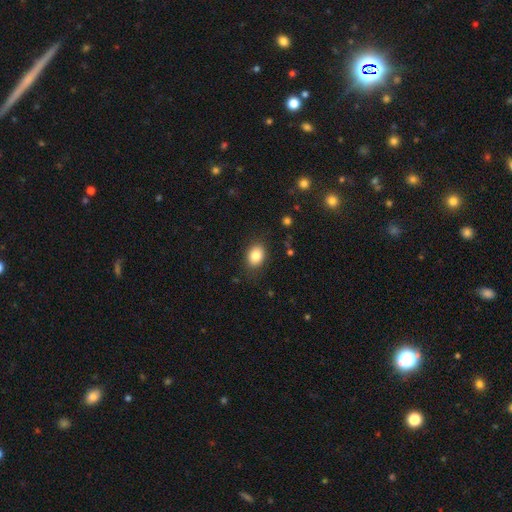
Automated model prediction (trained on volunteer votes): Morphology: type=smooth (83%); roundness=in between (67%); merging=none (84%).